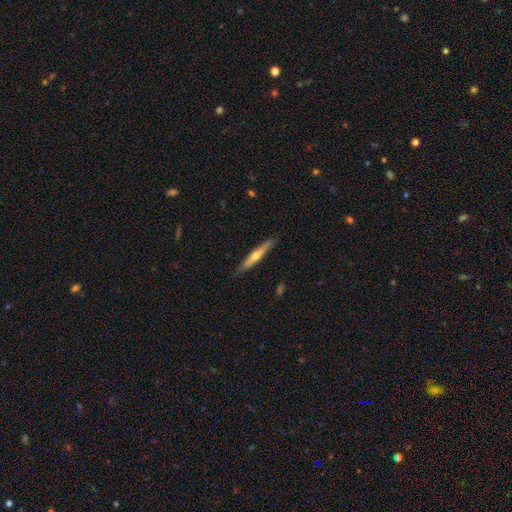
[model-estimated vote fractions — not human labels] smooth-or-featured: featured or disk: 53% | smooth: 42% | star or artifact: 5%
  disk-edge-on: yes: 94% | no: 6%
  merging: none: 87% | minor disturbance: 10% | major disturbance: 2% | merger: 1%